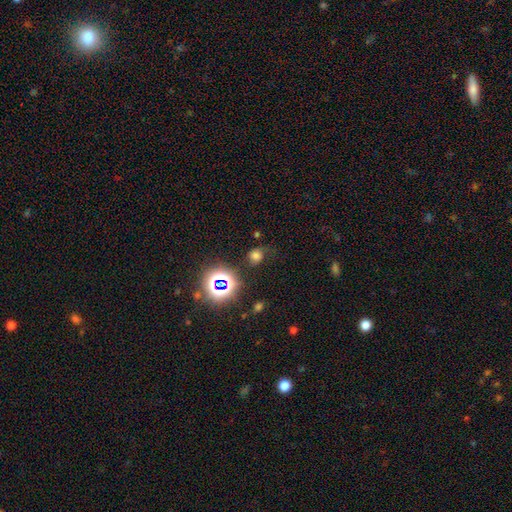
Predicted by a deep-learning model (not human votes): smooth 63%, star or artifact 27%, featured or disk 10%. Down the decision tree: how rounded — round (74%); merging — none (61%).